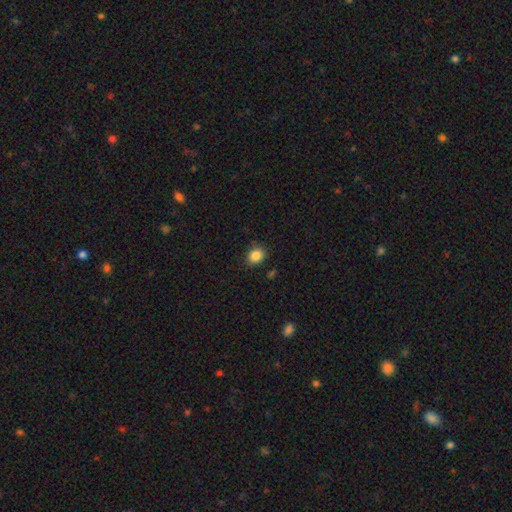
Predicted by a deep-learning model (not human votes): smooth 85%, star or artifact 10%, featured or disk 4%. Down the decision tree: how rounded — round (55%); merging — none (84%).